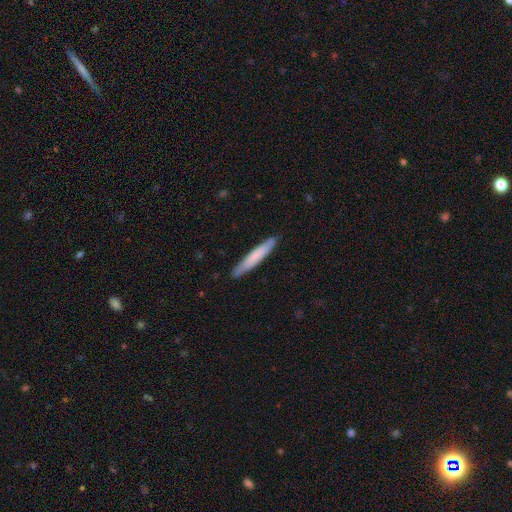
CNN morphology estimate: A smooth galaxy with no disk features (70%) that is cigar-shaped (94%). Merging: none (87%).